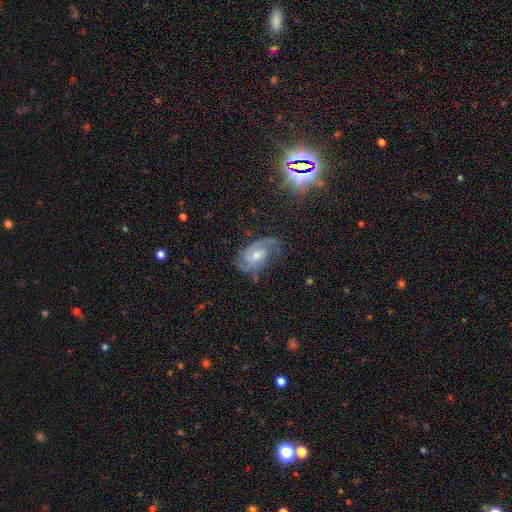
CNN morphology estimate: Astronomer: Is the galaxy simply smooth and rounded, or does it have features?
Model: featured or disk — 81%.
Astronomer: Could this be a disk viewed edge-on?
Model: no — 97%.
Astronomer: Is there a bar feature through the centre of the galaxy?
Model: no — 50% (runner-up: weak, 41%).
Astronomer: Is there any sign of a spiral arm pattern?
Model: yes — 97%.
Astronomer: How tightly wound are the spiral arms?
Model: medium — 47% (runner-up: tight, 40%).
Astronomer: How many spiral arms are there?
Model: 2 — 69%.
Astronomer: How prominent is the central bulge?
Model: moderate — 51% (runner-up: small, 41%).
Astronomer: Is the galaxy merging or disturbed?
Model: none — 70%.